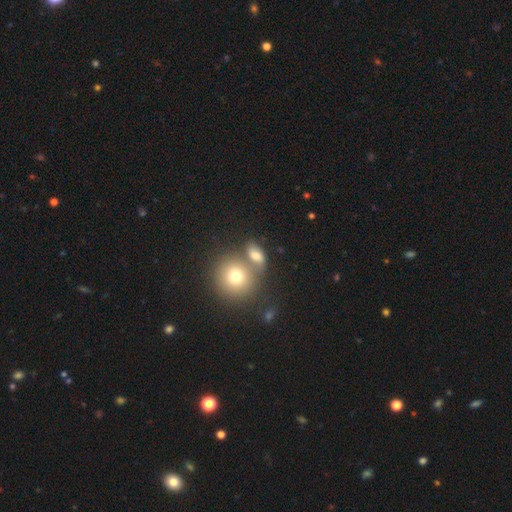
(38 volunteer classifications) This appears to be a smooth galaxy with no disk features (87%) that is in between round and cigar-shaped (64%). Merging: merger (47%).